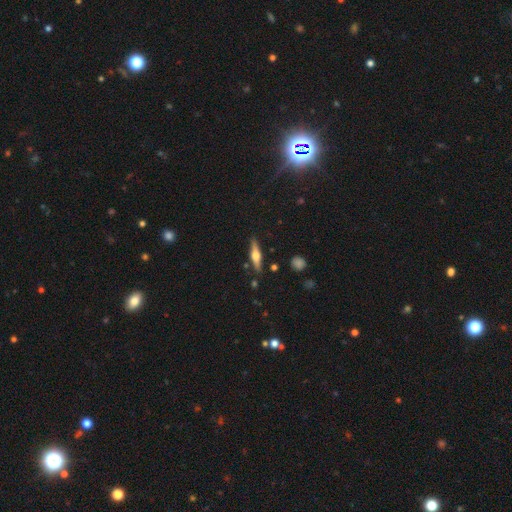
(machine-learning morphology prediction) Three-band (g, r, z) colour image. It shows a featured or disk galaxy (61%) viewed edge-on (96%) with a rounded central bulge (92%). Merging: none (86%).